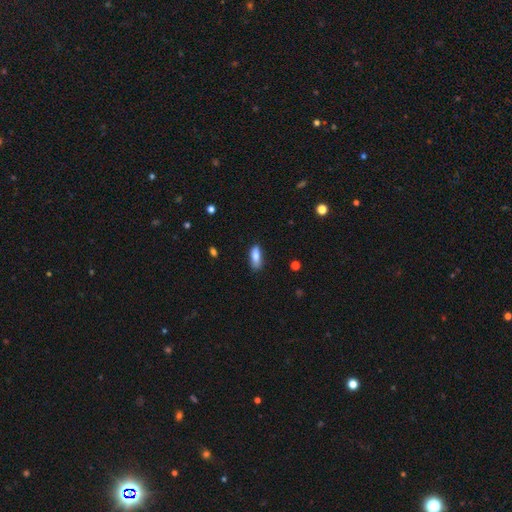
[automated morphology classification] The model was most divided on "how rounded": in between: 68%, cigar-shaped: 30%, round: 2%. More confident: smooth or featured — smooth (82%); merging — none (74%).